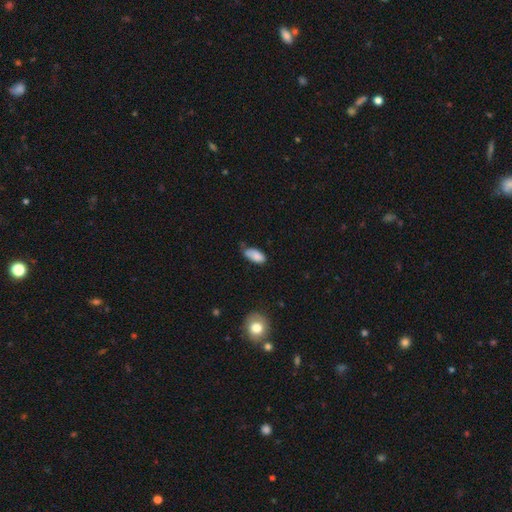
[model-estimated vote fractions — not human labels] smooth 84%, featured or disk 8%, star or artifact 8%. Down the decision tree: how rounded — in between (91%); merging — none (45%).